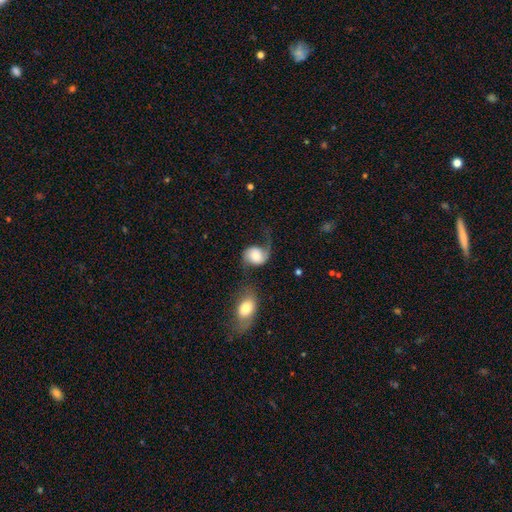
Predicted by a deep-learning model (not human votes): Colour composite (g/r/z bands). It shows a featured or disk galaxy (60%) with no bar (68%), 2 (68%) loose (70%) spiral arms (92%) and a large central bulge (30%). Merging: none (39%).